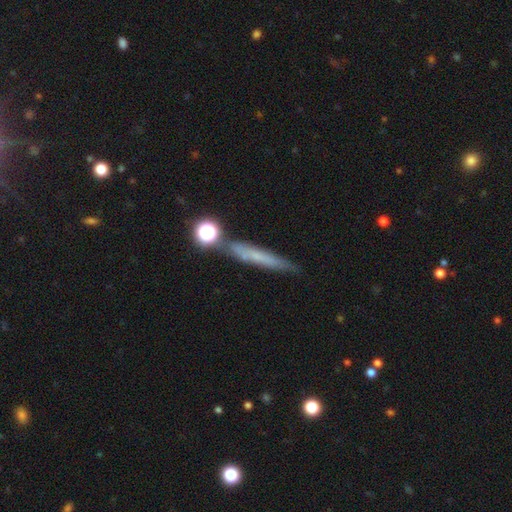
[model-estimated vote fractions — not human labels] smooth 48%, featured or disk 39%, star or artifact 13%. Down the decision tree: merging — none (72%).